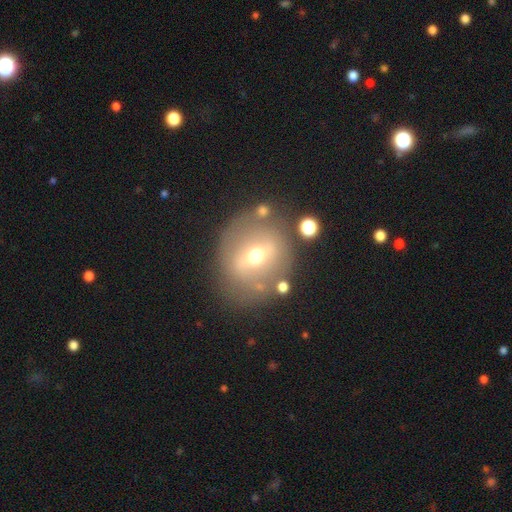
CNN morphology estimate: A featured or disk galaxy (55%). Merging: none (76%).